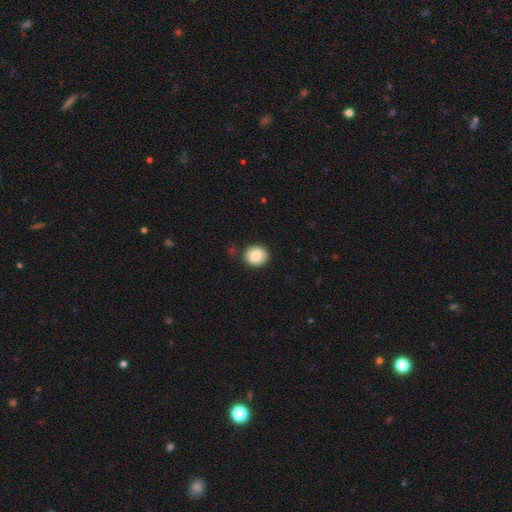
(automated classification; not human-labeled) smooth_or_featured: smooth (p=0.85) [alt: star or artifact p=0.08]
how_rounded: round (p=0.75) [alt: in between p=0.25]
merging: none (p=0.86) [alt: minor disturbance p=0.10]